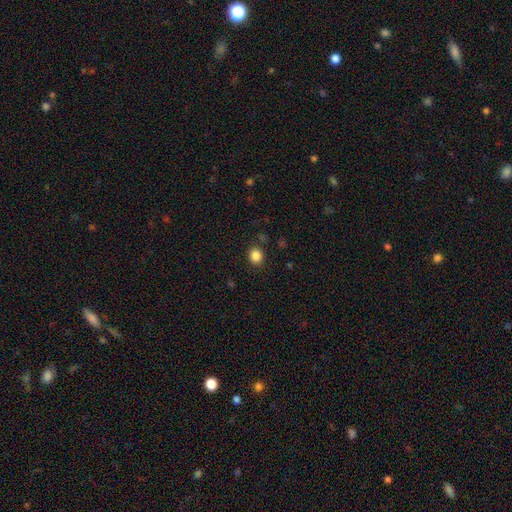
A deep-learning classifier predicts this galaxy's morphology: type=smooth (85%); roundness=round (75%); merging=none (87%).